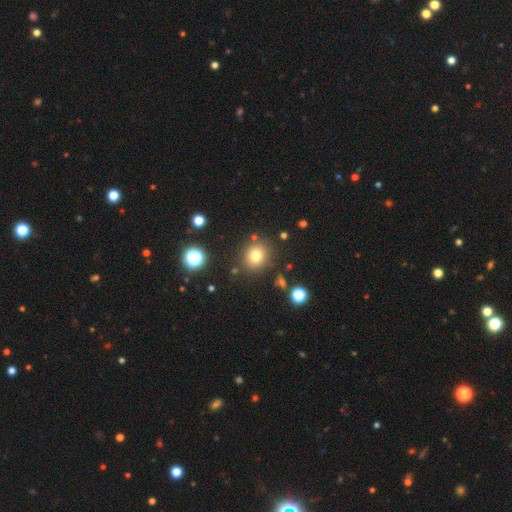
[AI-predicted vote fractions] smooth-or-featured: smooth: 77% | star or artifact: 15% | featured or disk: 8%
  how-rounded: round: 83% | in between: 16% | cigar-shaped: 1%
  merging: none: 85% | minor disturbance: 8% | merger: 4% | major disturbance: 3%